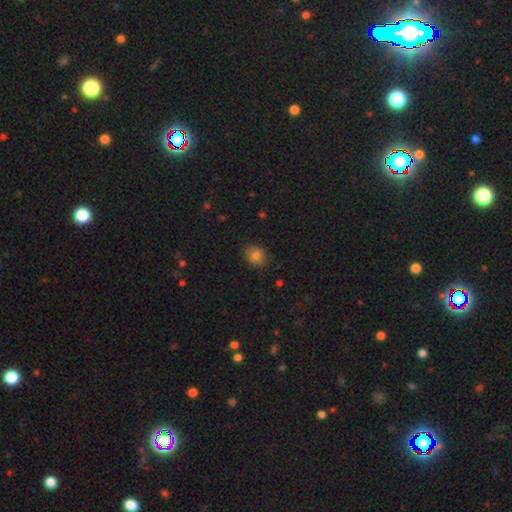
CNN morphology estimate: smooth_or_featured: smooth (p=0.79) [alt: star or artifact p=0.11]
how_rounded: in between (p=0.51) [alt: round p=0.48]
merging: none (p=0.83) [alt: minor disturbance p=0.13]